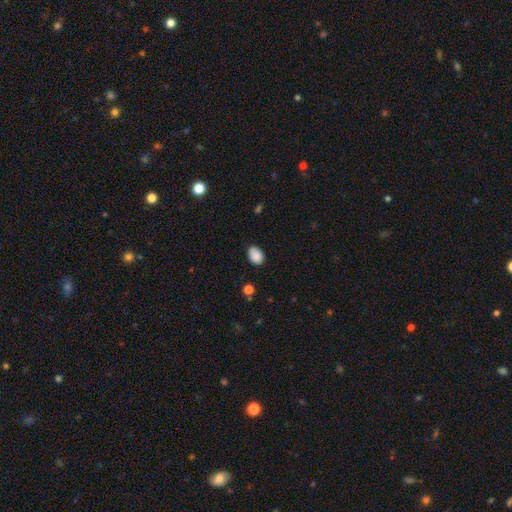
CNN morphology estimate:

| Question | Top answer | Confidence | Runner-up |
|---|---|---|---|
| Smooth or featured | smooth | 86% | star or artifact (8%) |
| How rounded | in between | 76% | round (23%) |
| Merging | none | 74% | minor disturbance (21%) |